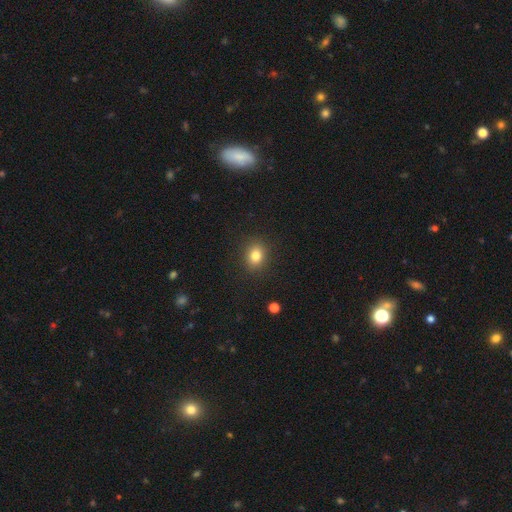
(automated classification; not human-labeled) This appears to be a smooth galaxy with no disk features (81%) that is round (61%). Merging: none (88%).